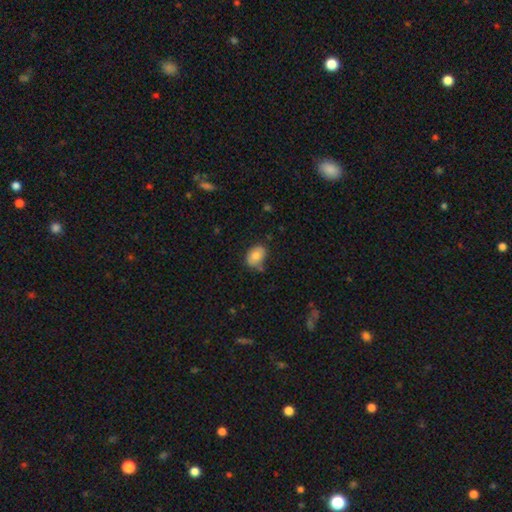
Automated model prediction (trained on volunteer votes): This appears to be a smooth galaxy with no disk features (78%) that is in between round and cigar-shaped (76%). Merging: none (67%).